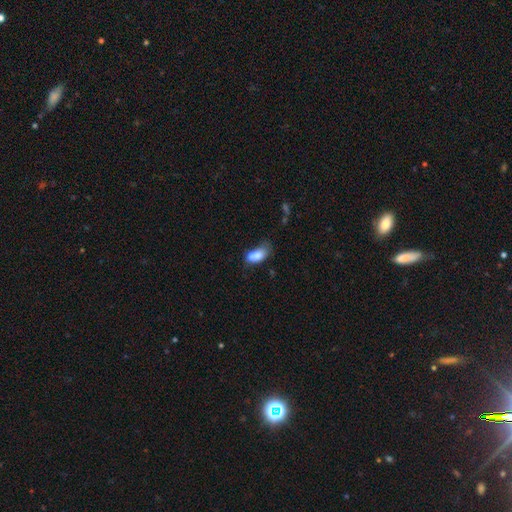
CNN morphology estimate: Q: Smooth or featured?
A: smooth (77%); runner-up: featured or disk (14%)
Q: How rounded?
A: in between (86%); runner-up: cigar-shaped (8%)
Q: Merging?
A: merger (28%); runner-up: none (27%)